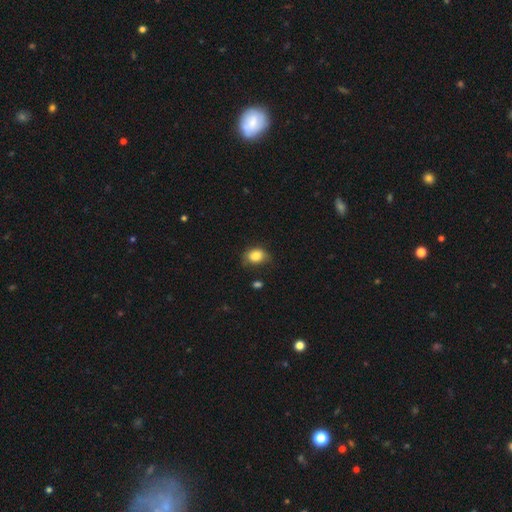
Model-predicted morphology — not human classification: Smooth or featured: smooth — 84% (star or artifact — 9%)
How rounded: in between — 61% (round — 38%)
Merging: none — 59% (minor disturbance — 31%)